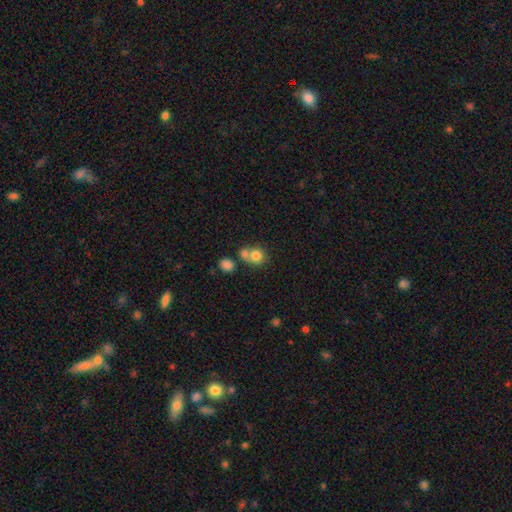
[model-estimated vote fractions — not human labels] The model was most divided on "merging": merger: 47%, none: 39%, minor disturbance: 9%, major disturbance: 5%. More confident: smooth or featured — smooth (79%); how rounded — round (77%).